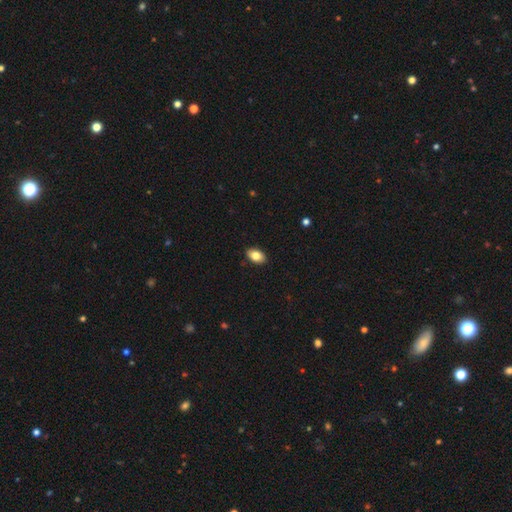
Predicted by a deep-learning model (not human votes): Smooth or featured?
  - smooth: 83% *
  - featured or disk: 10%
  - star or artifact: 7%
How rounded?
  - in between: 91% *
  - round: 8%
  - cigar-shaped: 1%
Merging?
  - none: 90% *
  - minor disturbance: 8%
  - major disturbance: 2%
  - merger: 1%